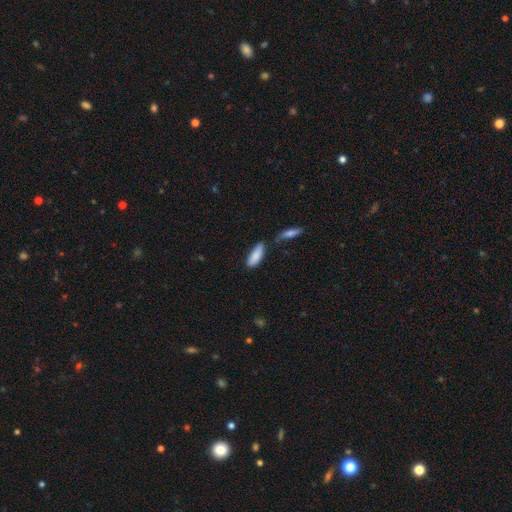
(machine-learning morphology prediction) smooth_or_featured: smooth (p=0.84) [alt: featured or disk p=0.09]
how_rounded: in between (p=0.64) [alt: cigar-shaped p=0.35]
merging: none (p=0.62) [alt: minor disturbance p=0.21]